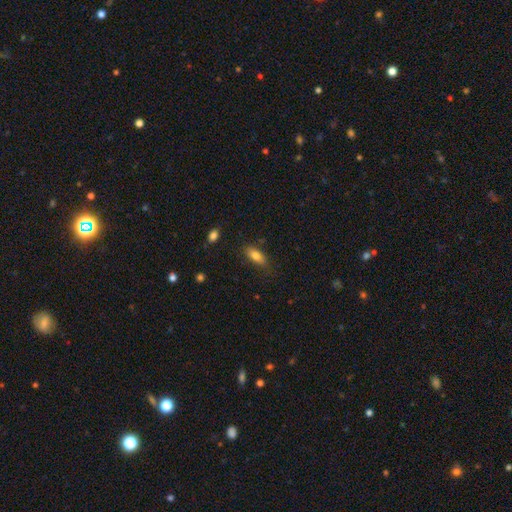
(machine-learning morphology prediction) A smooth galaxy with no disk features (80%) that is in between round and cigar-shaped (80%). Merging: none (77%).